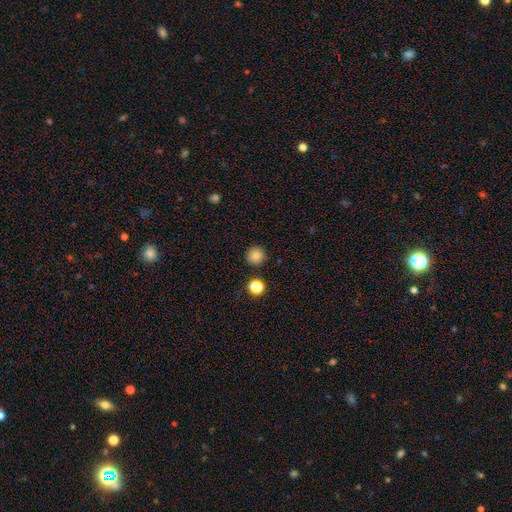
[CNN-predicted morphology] Smooth or featured: smooth — 86% (star or artifact — 11%)
How rounded: round — 95% (in between — 4%)
Merging: none — 91% (minor disturbance — 5%)